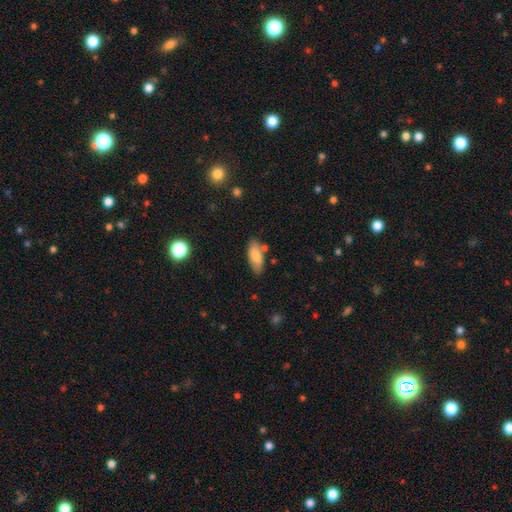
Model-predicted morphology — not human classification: Smooth or featured? Predicted: smooth (p=0.79). How rounded? Predicted: in between (p=0.80). Merging? Predicted: none (p=0.75).